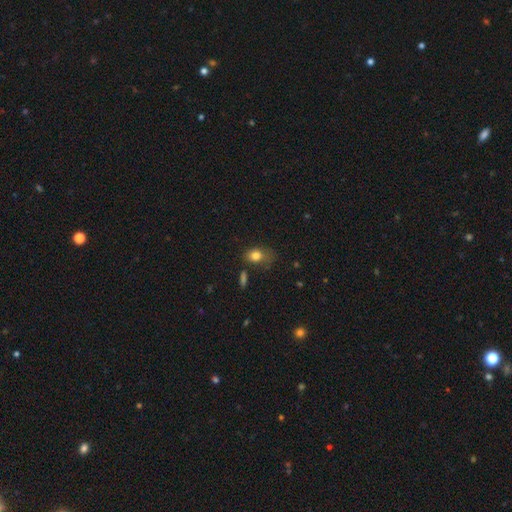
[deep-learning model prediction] Morphology: type=smooth (80%); roundness=in between (66%); merging=none (43%).